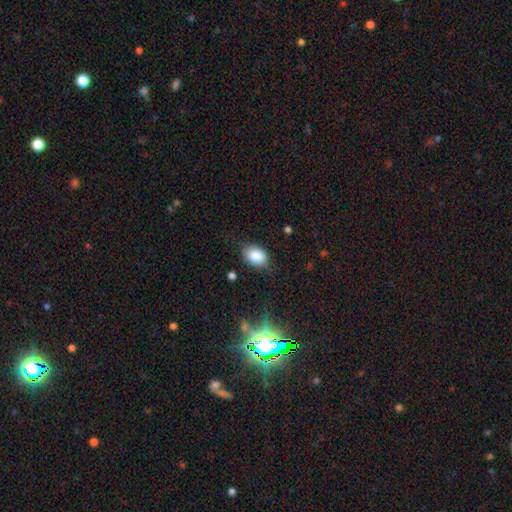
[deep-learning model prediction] smooth 84%, star or artifact 9%, featured or disk 7%. Down the decision tree: how rounded — in between (78%); merging — none (73%).